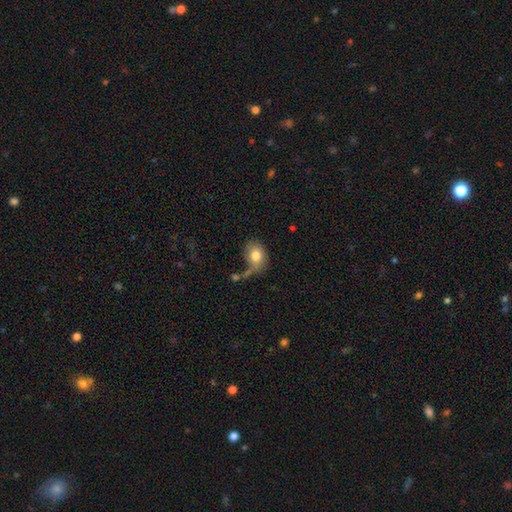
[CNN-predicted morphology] Smooth or featured? smooth (79%)
How rounded? in between (60%)
Merging? none (45%)